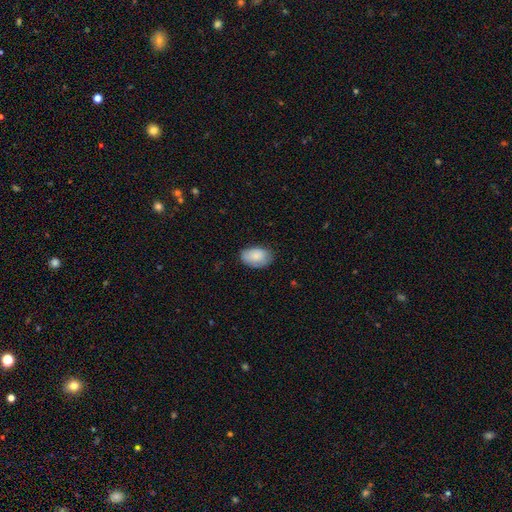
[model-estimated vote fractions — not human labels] smooth 84%, featured or disk 9%, star or artifact 6%. Down the decision tree: how rounded — in between (89%); merging — none (76%).